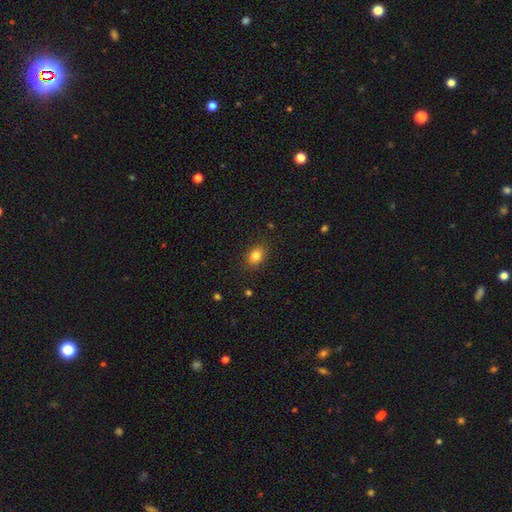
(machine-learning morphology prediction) smooth-or-featured: smooth: 82% | star or artifact: 11% | featured or disk: 7%
  how-rounded: in between: 69% | round: 29% | cigar-shaped: 1%
  merging: none: 85% | minor disturbance: 11% | major disturbance: 3% | merger: 1%